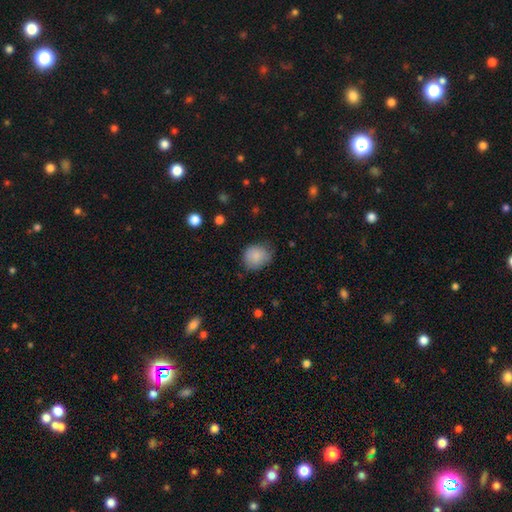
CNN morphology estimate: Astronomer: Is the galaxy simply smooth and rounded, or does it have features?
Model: smooth — 86%.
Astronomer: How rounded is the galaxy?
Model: round — 71%.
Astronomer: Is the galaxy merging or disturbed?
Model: none — 69%.